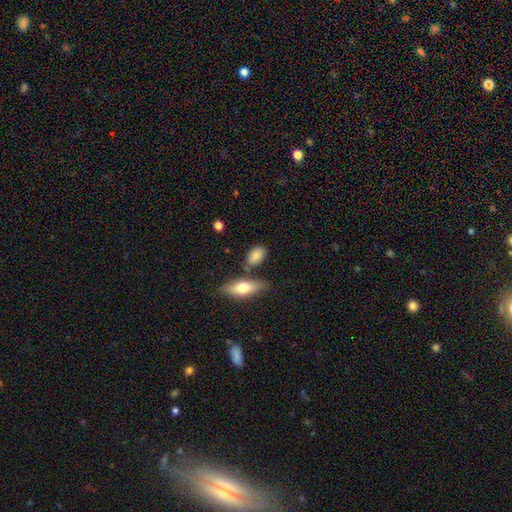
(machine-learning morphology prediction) Overall: smooth (82%). How rounded: in between (86%). Merging: none (68%).